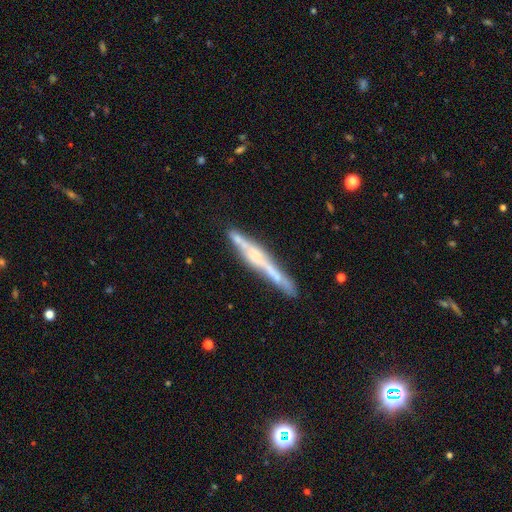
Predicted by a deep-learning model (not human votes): Overall: featured or disk (71%). Edge-on disk: yes (97%). Edge-on bulge: rounded (42%; none 32%). Merging: none (81%).